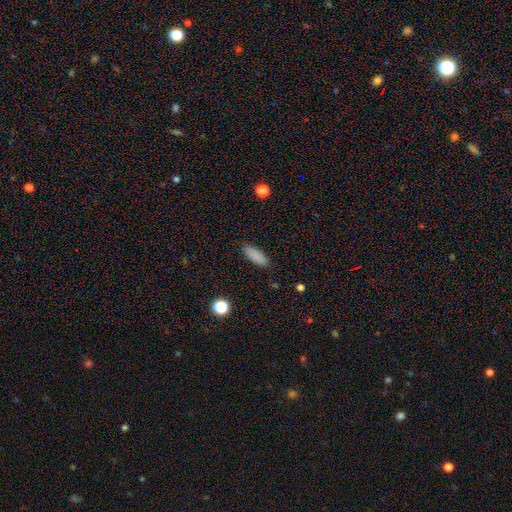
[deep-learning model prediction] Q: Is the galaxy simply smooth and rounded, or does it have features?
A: smooth — 86%.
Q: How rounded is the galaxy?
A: in between — 71%.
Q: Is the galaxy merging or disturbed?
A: none — 87%.